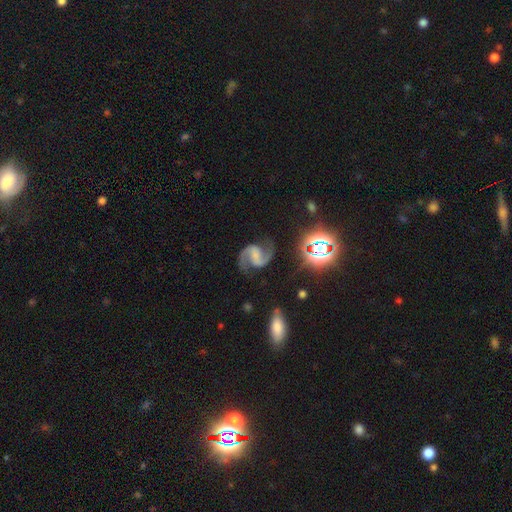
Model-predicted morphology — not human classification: smooth_or_featured: featured or disk (p=0.88) [alt: star or artifact p=0.08]
disk_edge_on: no (p=0.98) [alt: yes p=0.02]
bar: weak (p=0.42) [alt: strong p=0.32]
has_spiral_arms: yes (p=0.98) [alt: no p=0.02]
spiral_winding: medium (p=0.52) [alt: loose p=0.38]
spiral_arm_count: 2 (p=0.94) [alt: can't tell p=0.02]
bulge_size: none (p=0.55) [alt: small p=0.23]
merging: none (p=0.77) [alt: minor disturbance p=0.14]